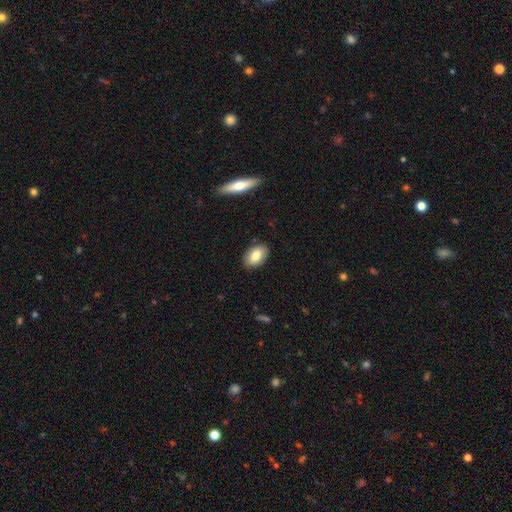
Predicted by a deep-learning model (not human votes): smooth 81%, featured or disk 12%, star or artifact 7%. Down the decision tree: how rounded — in between (89%); merging — none (88%).